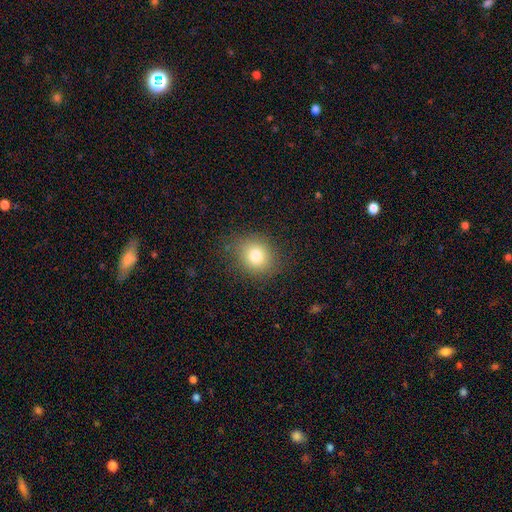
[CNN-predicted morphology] smooth 78%, star or artifact 13%, featured or disk 9%. Down the decision tree: how rounded — round (72%); merging — none (84%).